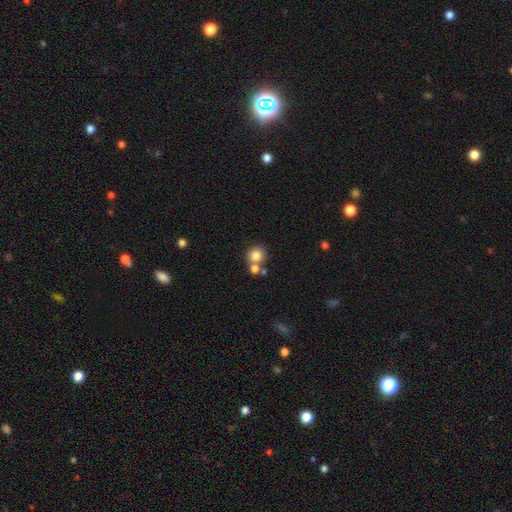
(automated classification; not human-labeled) A smooth galaxy with no disk features (82%) that is round (91%). Merging: none (60%).